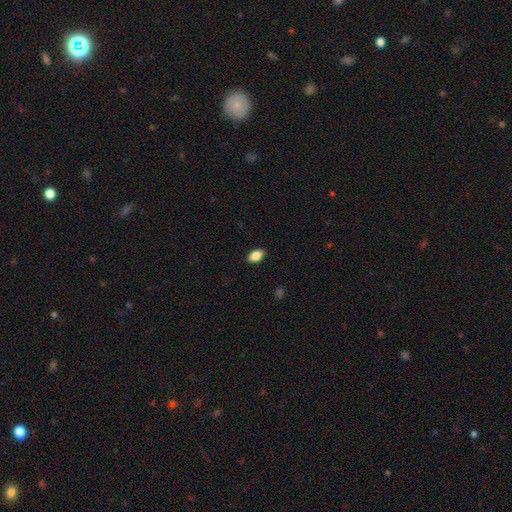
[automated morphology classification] A smooth galaxy with no disk features (86%) that is in between round and cigar-shaped (86%). Merging: none (88%).